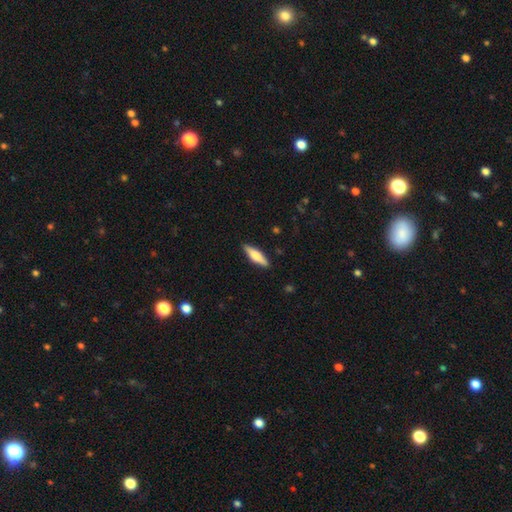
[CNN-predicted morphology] This is possibly a smooth galaxy (49%). Merging: clearly none (90%).